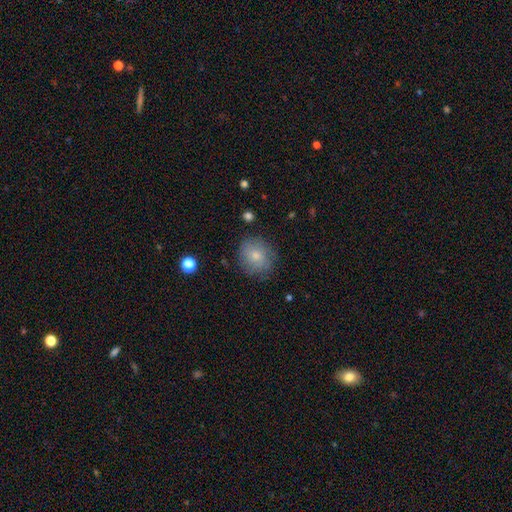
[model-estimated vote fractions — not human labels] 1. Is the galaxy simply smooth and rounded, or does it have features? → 68% smooth, 22% featured or disk, 10% star or artifact.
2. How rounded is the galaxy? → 76% round, 23% in between, 1% cigar-shaped.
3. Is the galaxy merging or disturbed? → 75% none, 17% minor disturbance, 6% major disturbance, 2% merger.